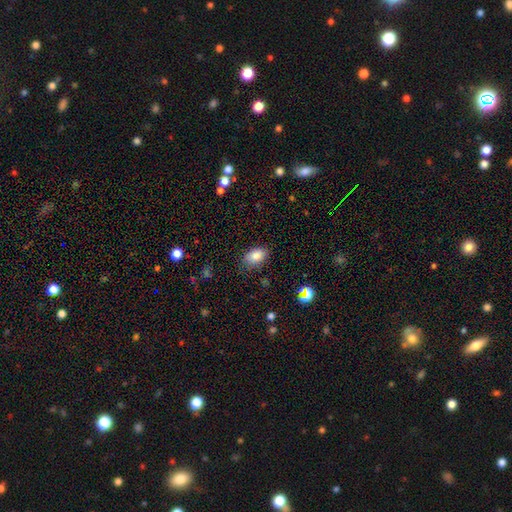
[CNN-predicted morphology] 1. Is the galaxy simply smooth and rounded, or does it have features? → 84% smooth, 9% star or artifact, 7% featured or disk.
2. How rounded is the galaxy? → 89% in between, 9% round, 2% cigar-shaped.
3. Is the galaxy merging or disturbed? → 82% none, 14% minor disturbance, 3% major disturbance, 1% merger.